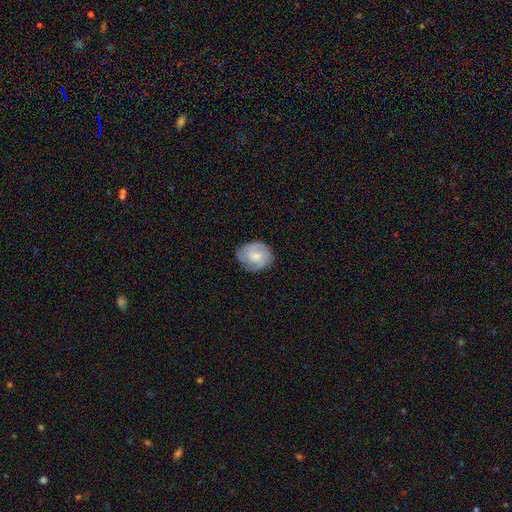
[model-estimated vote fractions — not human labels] Smooth or featured? featured or disk (54%)
Edge-on disk? no (97%)
Bar? no (63%)
Spiral arms? yes (85%)
Bulge size? moderate (47%)
Merging? none (76%)